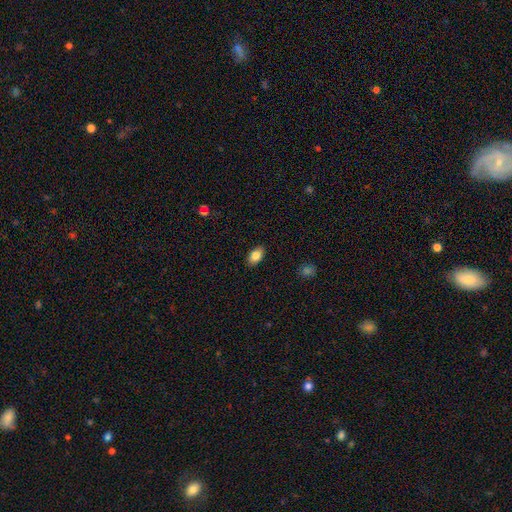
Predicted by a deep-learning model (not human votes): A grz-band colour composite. It shows a smooth galaxy with no disk features (83%) that is in between round and cigar-shaped (91%). Merging: none (88%).